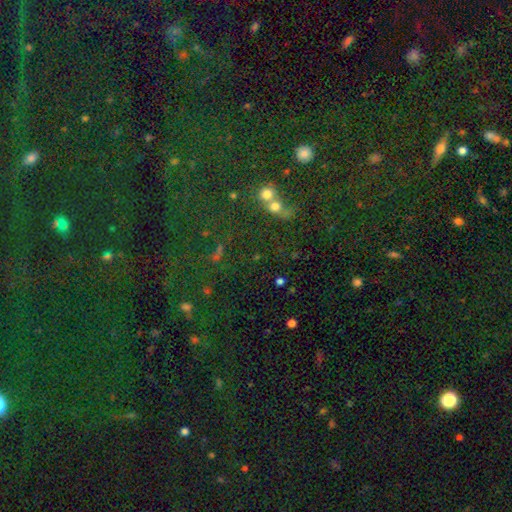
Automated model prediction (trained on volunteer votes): Smooth or featured? star or artifact (79%)